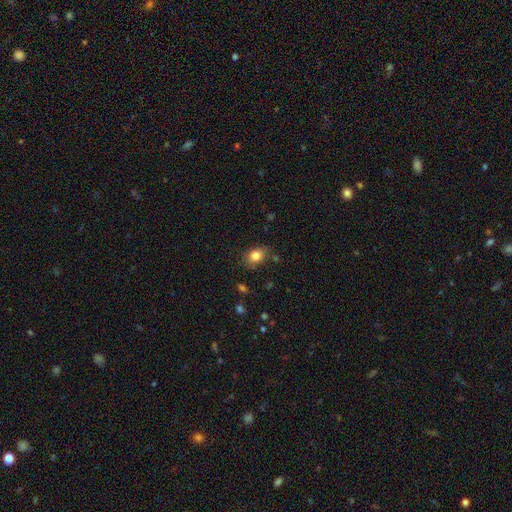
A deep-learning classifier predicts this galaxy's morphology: Smooth or featured? Predicted: smooth (p=0.82). How rounded? Predicted: in between (p=0.63). Merging? Predicted: none (p=0.73).